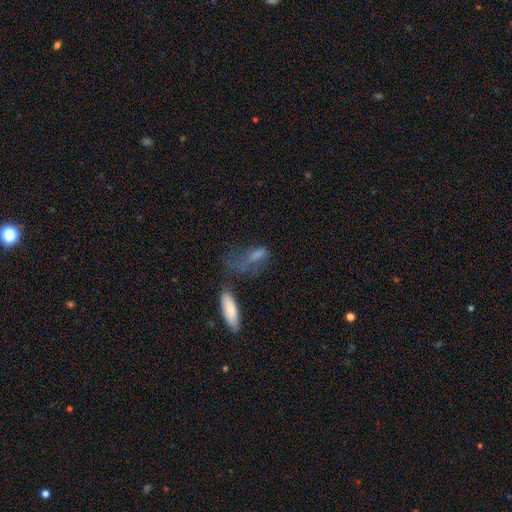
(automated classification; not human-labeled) This is likely a smooth galaxy (65%). How rounded: likely in between (65%). Merging: marginally major disturbance (44%).